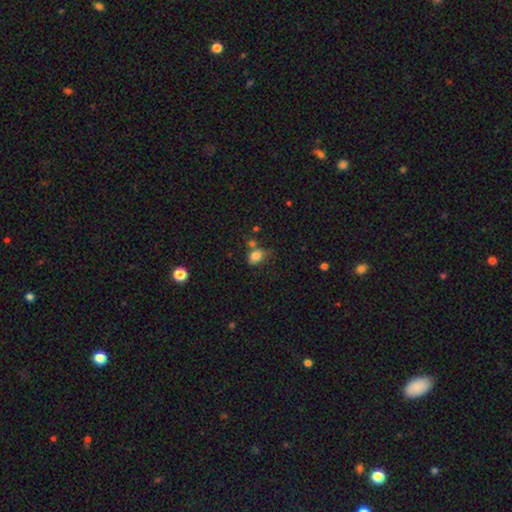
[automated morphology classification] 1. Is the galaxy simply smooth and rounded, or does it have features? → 82% smooth, 11% star or artifact, 7% featured or disk.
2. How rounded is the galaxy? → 68% in between, 31% round, 1% cigar-shaped.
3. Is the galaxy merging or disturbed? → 48% none, 27% minor disturbance, 15% merger, 9% major disturbance.